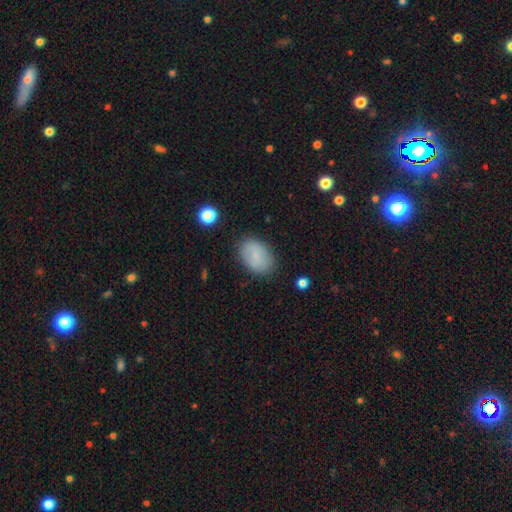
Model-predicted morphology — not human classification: Smooth or featured: smooth — 71% (featured or disk — 21%)
How rounded: in between — 83% (round — 15%)
Merging: none — 83% (minor disturbance — 12%)